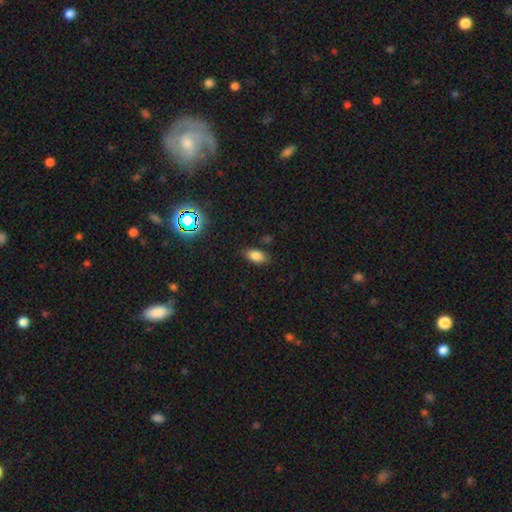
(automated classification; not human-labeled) A smooth galaxy with no disk features (80%) that is in between round and cigar-shaped (90%).

Vote fractions:
- Smooth or featured? smooth: 80% / star or artifact: 12% / featured or disk: 7%
- How rounded? in between: 90% / round: 6% / cigar-shaped: 4%
- Merging? none: 84% / minor disturbance: 11% / major disturbance: 3% / merger: 2%